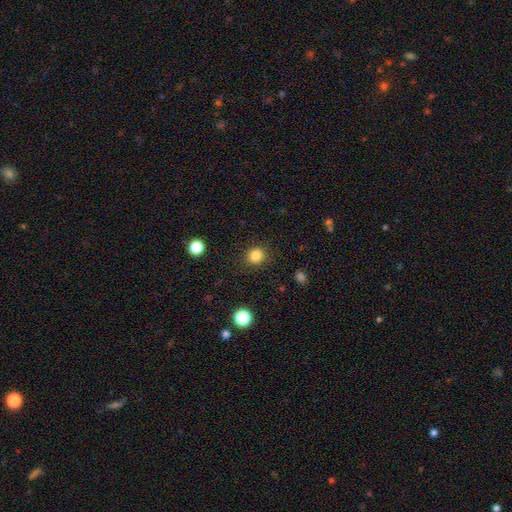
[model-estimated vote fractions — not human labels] This appears to be a smooth galaxy with no disk features (84%) that is round (85%). Merging: none (89%).